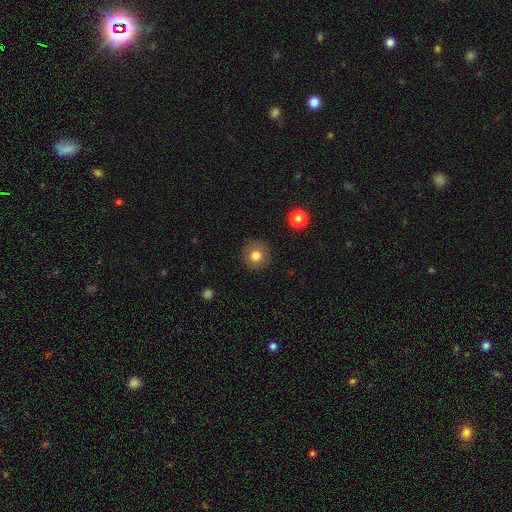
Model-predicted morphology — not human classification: smooth 80%, star or artifact 11%, featured or disk 9%. Down the decision tree: how rounded — round (94%); merging — none (89%).